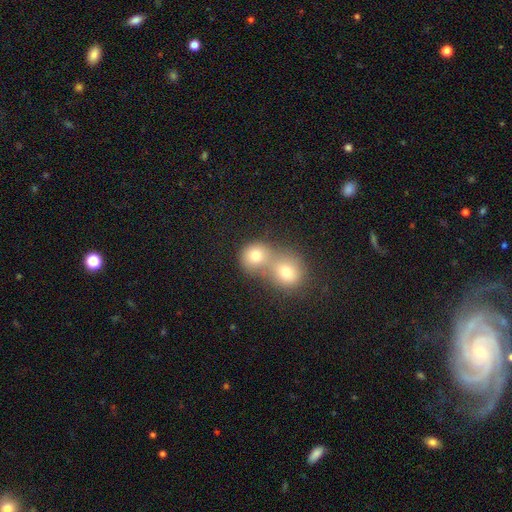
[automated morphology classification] Smooth or featured: smooth — 77% (featured or disk — 11%)
How rounded: round — 79% (in between — 20%)
Merging: merger — 62% (none — 29%)